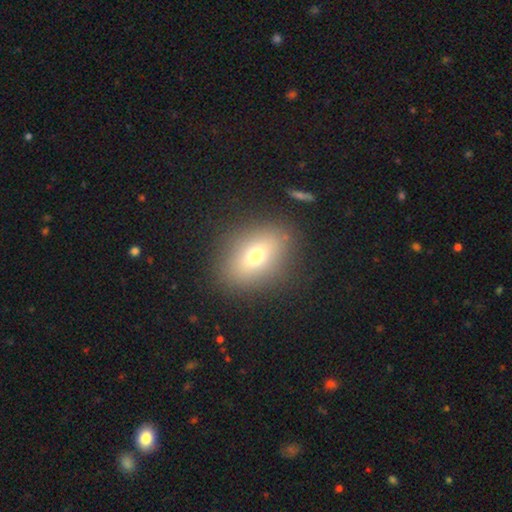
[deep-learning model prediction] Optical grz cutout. It shows a smooth galaxy with no disk features (67%) that is in between round and cigar-shaped (68%). Merging: none (85%).